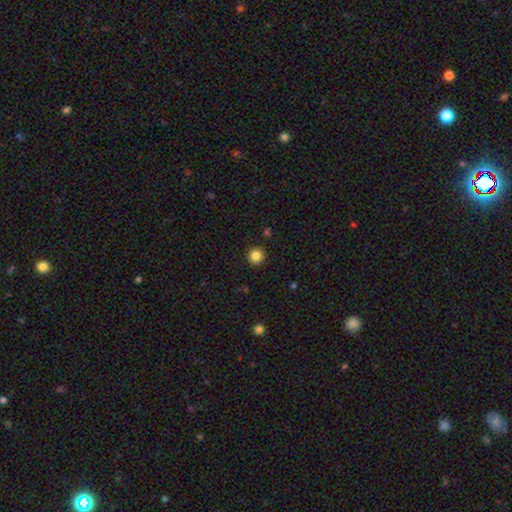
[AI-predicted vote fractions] Overall: smooth (85%). How rounded: round (94%). Merging: none (92%).